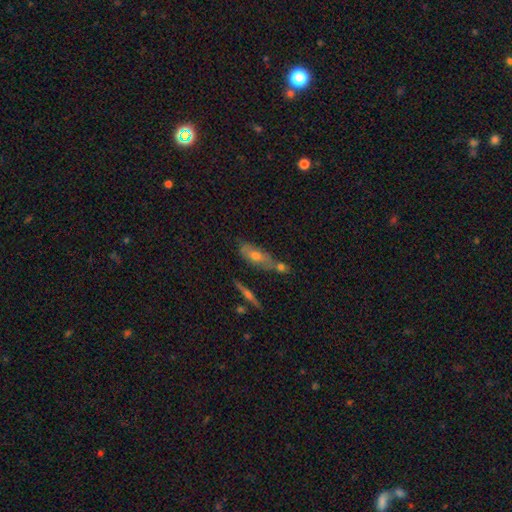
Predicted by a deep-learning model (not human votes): Smooth or featured?
  - featured or disk: 46% *
  - smooth: 44%
  - star or artifact: 10%
Merging?
  - none: 49% *
  - merger: 28%
  - minor disturbance: 17%
  - major disturbance: 6%